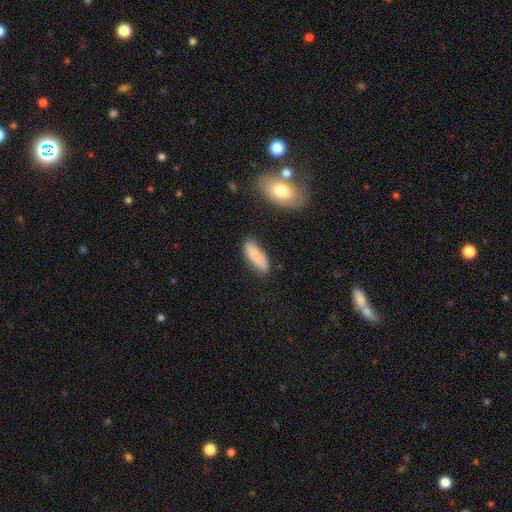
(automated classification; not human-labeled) Smooth or featured? smooth (86%)
How rounded? in between (61%)
Merging? none (79%)